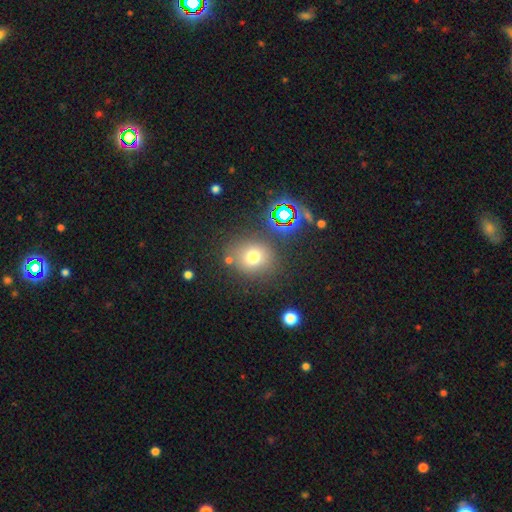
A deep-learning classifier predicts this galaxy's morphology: This is possibly a smooth galaxy (51%). How rounded: clearly round (83%). Merging: likely none (80%).